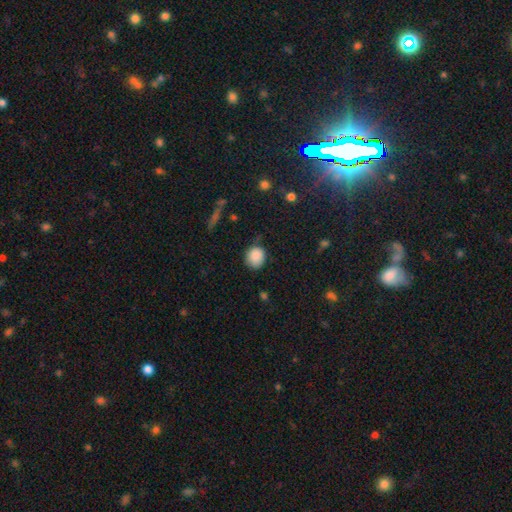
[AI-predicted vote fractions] Smooth or featured? smooth (87%)
How rounded? round (76%)
Merging? none (71%)